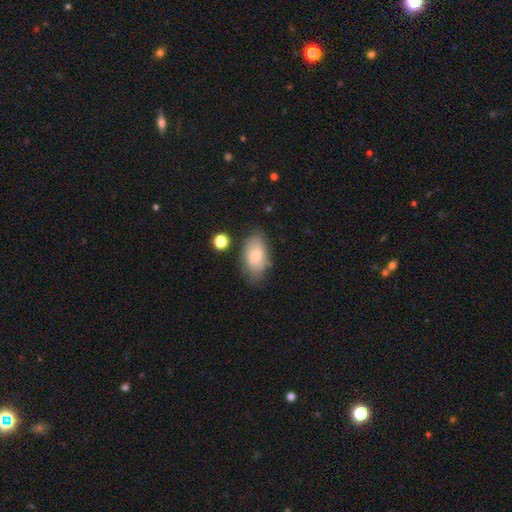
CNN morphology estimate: smooth-or-featured: smooth: 52% | featured or disk: 40% | star or artifact: 8%
  how-rounded: in between: 91% | round: 7% | cigar-shaped: 2%
  merging: none: 63% | minor disturbance: 25% | major disturbance: 8% | merger: 3%